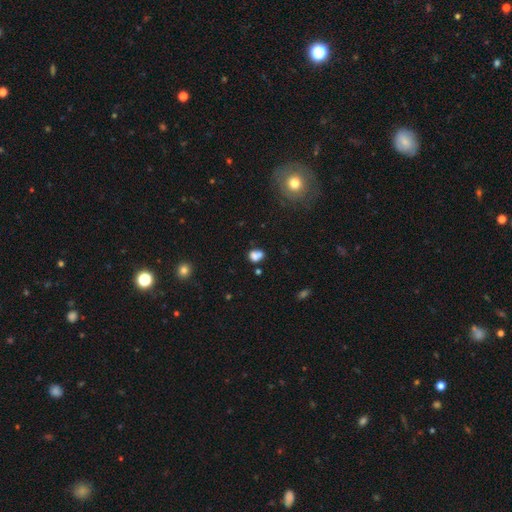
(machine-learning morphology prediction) Smooth or featured: smooth — 76% (star or artifact — 14%)
How rounded: in between — 57% (round — 41%)
Merging: none — 45% (merger — 30%)